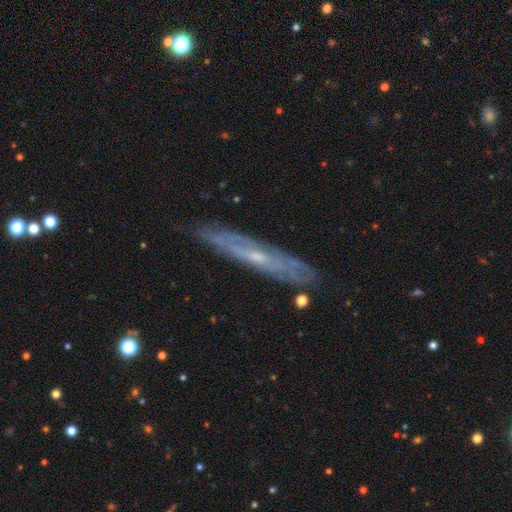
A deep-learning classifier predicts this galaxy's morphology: Q: Smooth or featured?
A: featured or disk (71%); runner-up: smooth (21%)
Q: Edge-on disk?
A: yes (65%); runner-up: no (35%)
Q: Merging?
A: none (82%); runner-up: minor disturbance (13%)